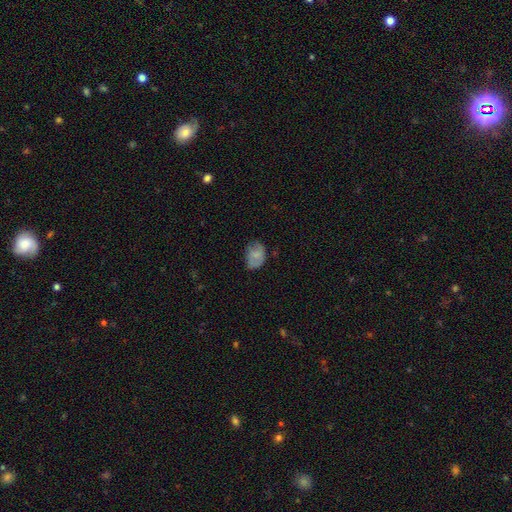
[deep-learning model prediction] smooth 68%, featured or disk 23%, star or artifact 9%. Down the decision tree: how rounded — in between (72%); merging — none (58%).